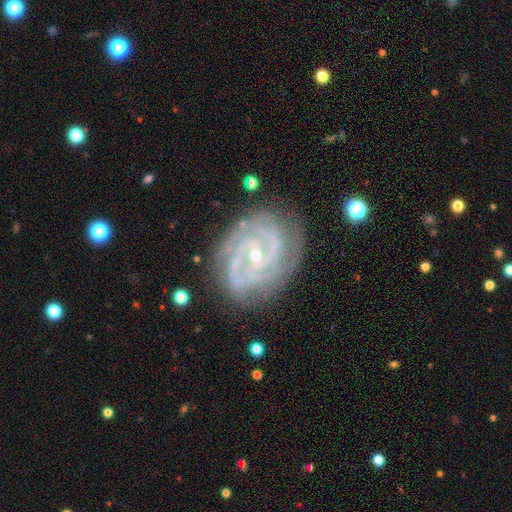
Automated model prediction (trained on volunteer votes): smooth_or_featured: featured or disk (p=0.91) [alt: star or artifact p=0.05]
disk_edge_on: no (p=0.97) [alt: yes p=0.03]
bar: no (p=0.47) [alt: weak p=0.36]
has_spiral_arms: yes (p=0.98) [alt: no p=0.02]
spiral_winding: tight (p=0.70) [alt: medium p=0.27]
spiral_arm_count: 2 (p=0.32) [alt: 3 p=0.28]
bulge_size: small (p=0.78) [alt: moderate p=0.19]
merging: none (p=0.78) [alt: minor disturbance p=0.16]